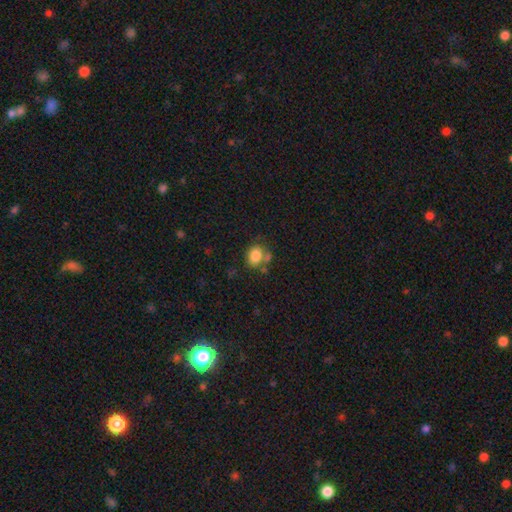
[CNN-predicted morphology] type=smooth (82%); roundness=in between (58%); merging=none (54%).